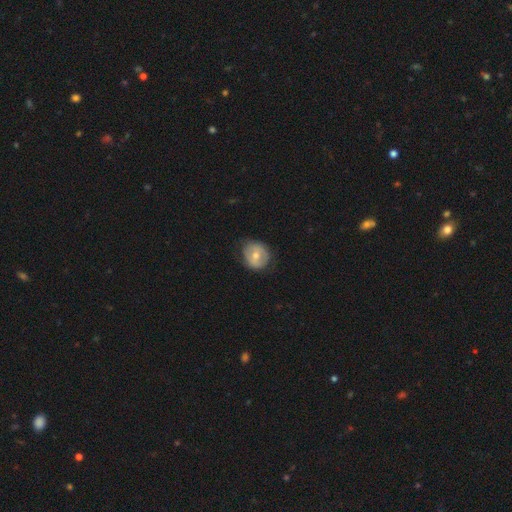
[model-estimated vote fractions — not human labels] Smooth or featured? smooth (52%)
How rounded? round (81%)
Merging? none (74%)